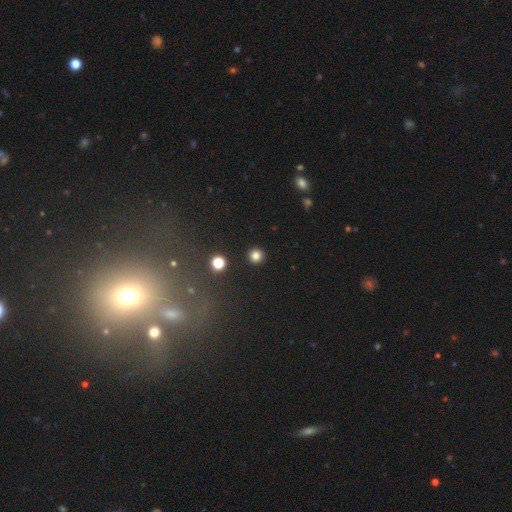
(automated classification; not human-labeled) Smooth or featured?
  - smooth: 82% *
  - star or artifact: 14%
  - featured or disk: 4%
How rounded?
  - round: 95% *
  - in between: 4%
  - cigar-shaped: 1%
Merging?
  - none: 93% *
  - minor disturbance: 4%
  - major disturbance: 2%
  - merger: 2%